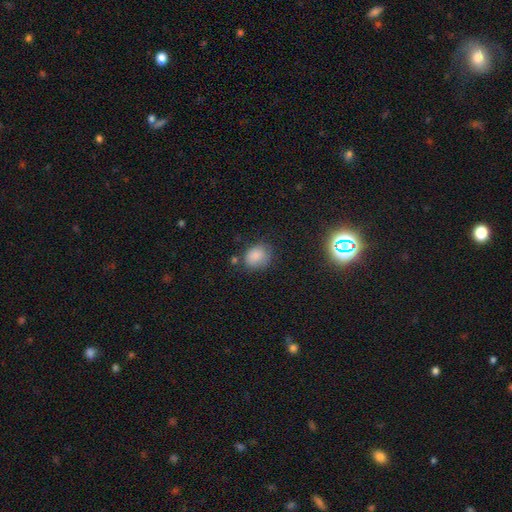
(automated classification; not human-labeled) Smooth or featured? smooth (84%)
How rounded? in between (50%)
Merging? none (62%)